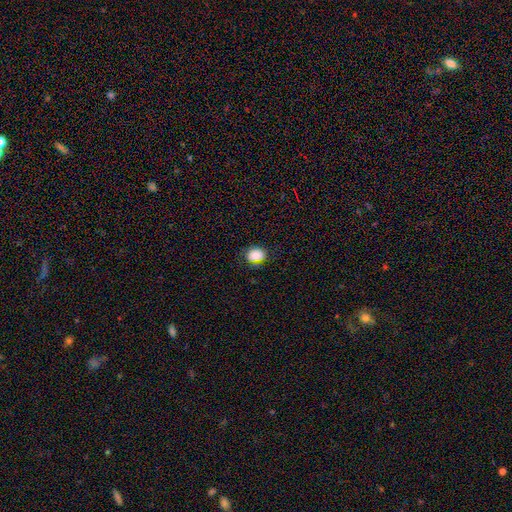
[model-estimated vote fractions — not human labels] A smooth galaxy with no disk features (84%) that is round (63%). Merging: none (79%).